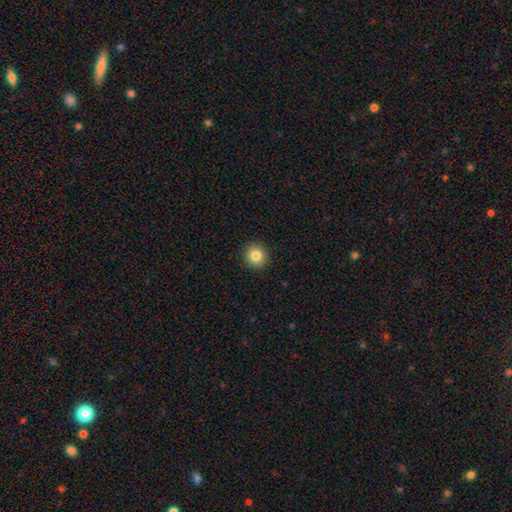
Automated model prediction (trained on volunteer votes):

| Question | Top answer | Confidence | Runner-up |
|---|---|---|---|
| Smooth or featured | smooth | 84% | star or artifact (10%) |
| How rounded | round | 92% | in between (7%) |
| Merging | none | 92% | minor disturbance (5%) |